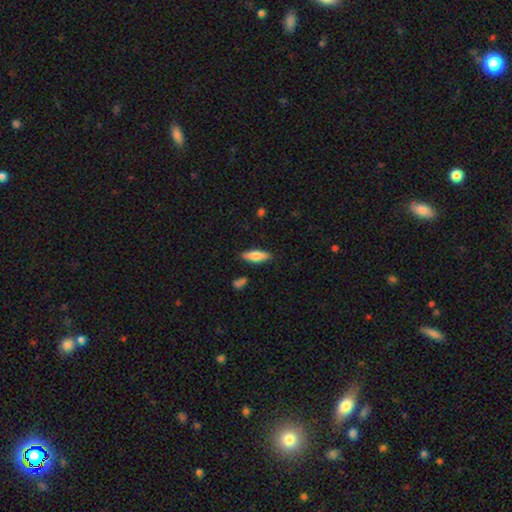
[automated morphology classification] This is likely a smooth galaxy (72%). How rounded: possibly in between (58%). Merging: clearly none (85%).